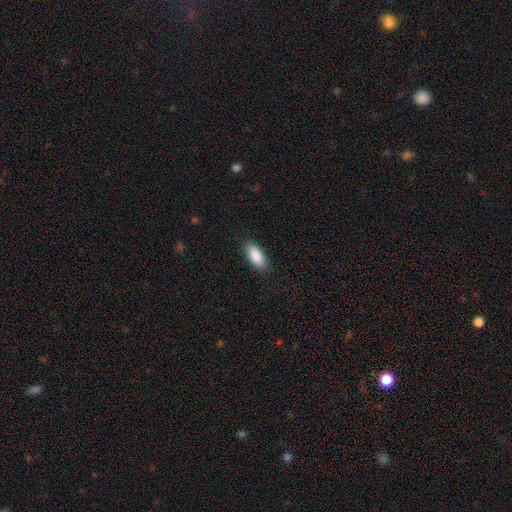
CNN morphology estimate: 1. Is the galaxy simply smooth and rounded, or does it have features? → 88% smooth, 7% featured or disk, 6% star or artifact.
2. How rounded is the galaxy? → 79% in between, 19% cigar-shaped, 2% round.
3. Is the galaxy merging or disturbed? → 88% none, 9% minor disturbance, 2% major disturbance, 1% merger.